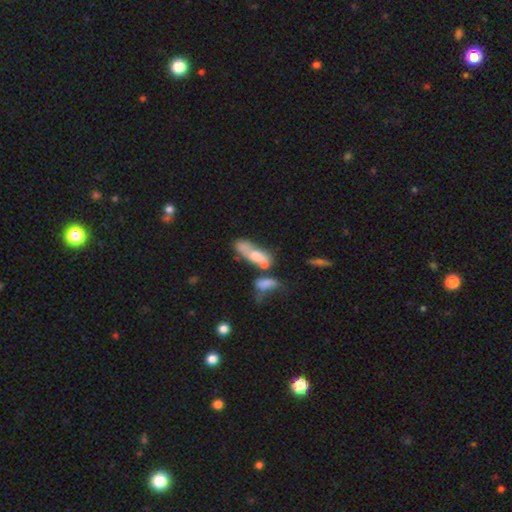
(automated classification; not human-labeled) Q: Smooth or featured?
A: smooth (48%); runner-up: featured or disk (40%)
Q: Merging?
A: merger (44%); runner-up: none (26%)